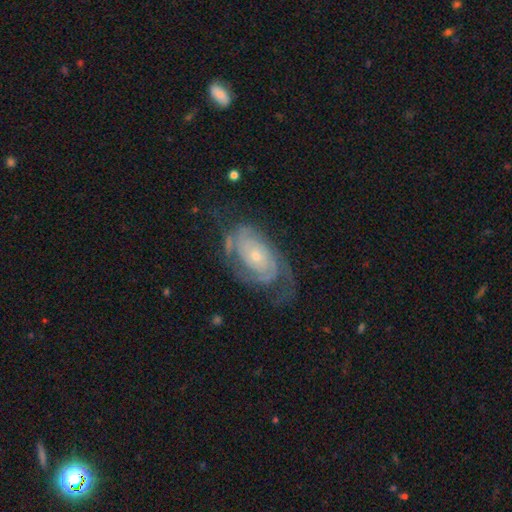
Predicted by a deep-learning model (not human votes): A featured or disk galaxy (85%) with no bar (75%), 2 (47%) tight (66%) spiral arms (95%) and a small central bulge (69%).

Vote fractions:
- Smooth or featured? featured or disk: 85% / smooth: 9% / star or artifact: 6%
- Edge-on disk? no: 96% / yes: 4%
- Bar? no: 75% / weak: 20% / strong: 5%
- Spiral arms? yes: 95% / no: 5%
- Spiral winding? tight: 66% / medium: 27% / loose: 7%
- Spiral arm count? 2: 47% / can't tell: 25% / 3: 14% / 1: 6% / 4: 5% / more than 4: 4%
- Bulge size? small: 69% / moderate: 27% / large: 2% / none: 2% / dominant: 1%
- Merging? none: 61% / minor disturbance: 20% / major disturbance: 16% / merger: 2%